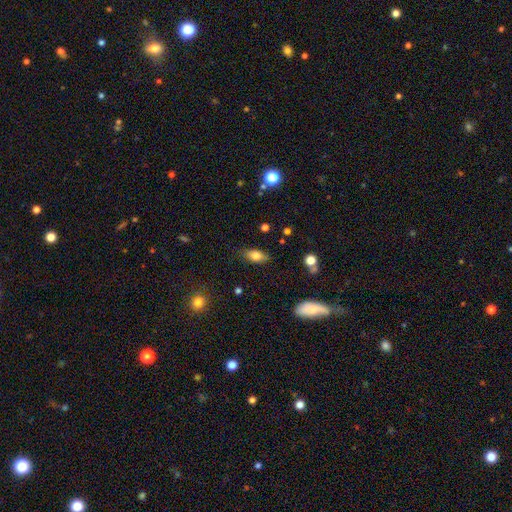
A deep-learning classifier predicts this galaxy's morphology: type=smooth (77%); roundness=in between (84%); merging=none (82%).